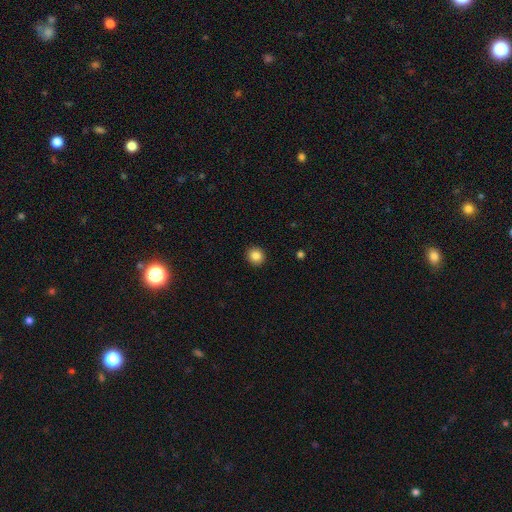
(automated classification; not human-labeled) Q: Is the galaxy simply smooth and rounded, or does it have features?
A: smooth — 86%.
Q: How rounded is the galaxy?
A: round — 90%.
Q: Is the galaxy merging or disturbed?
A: none — 93%.